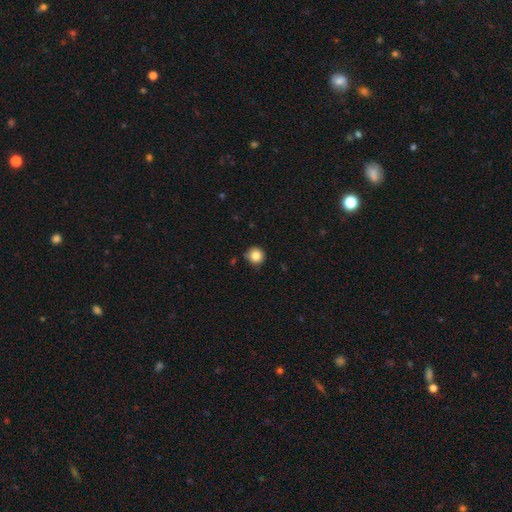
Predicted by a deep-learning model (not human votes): A smooth galaxy with no disk features (83%) that is round (93%).

Vote fractions:
- Smooth or featured? smooth: 83% / star or artifact: 11% / featured or disk: 6%
- How rounded? round: 93% / in between: 6% / cigar-shaped: 1%
- Merging? none: 81% / minor disturbance: 14% / merger: 3% / major disturbance: 2%